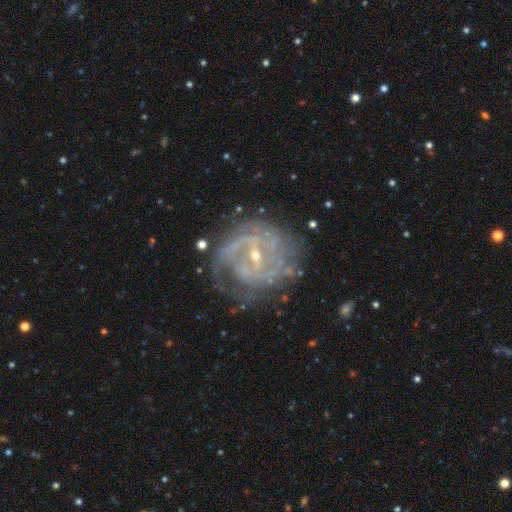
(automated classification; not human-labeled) Morphology: type=featured or disk (88%); edge-on=no (97%); bar=weak (51%); spiral arms=yes (94%); winding=tight (58%); arm count=can't tell (33%); bulge=small (75%); merging=none (67%).